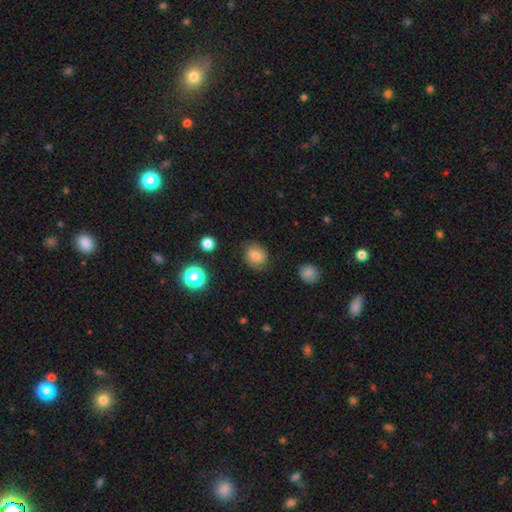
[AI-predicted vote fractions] The model was most divided on "how rounded": round: 65%, in between: 34%, cigar-shaped: 1%. More confident: merging — none (79%); smooth or featured — smooth (68%).